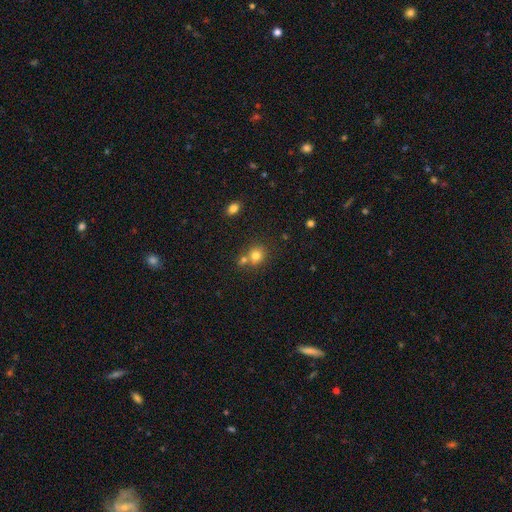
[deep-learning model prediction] smooth 78%, star or artifact 13%, featured or disk 9%. Down the decision tree: how rounded — round (79%); merging — none (54%).